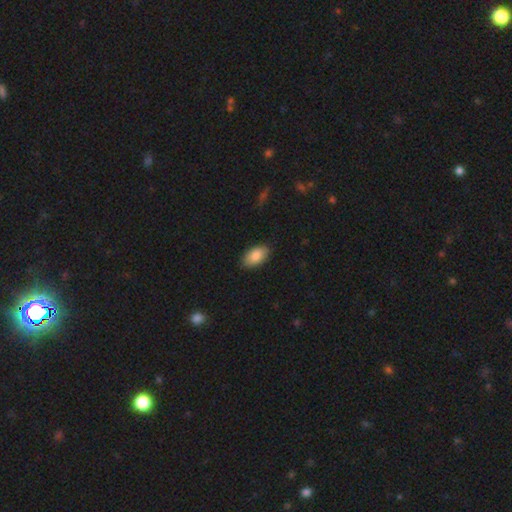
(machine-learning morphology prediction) This appears to be a smooth galaxy with no disk features (87%) that is in between round and cigar-shaped (94%). Merging: none (87%).